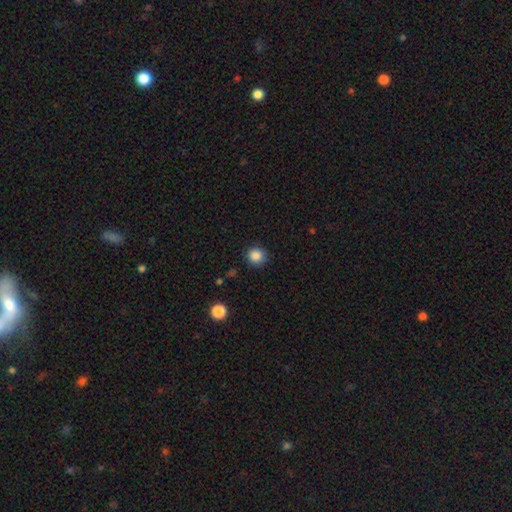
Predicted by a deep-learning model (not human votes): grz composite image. It shows a smooth galaxy with no disk features (86%) that is round (91%). Merging: none (88%).